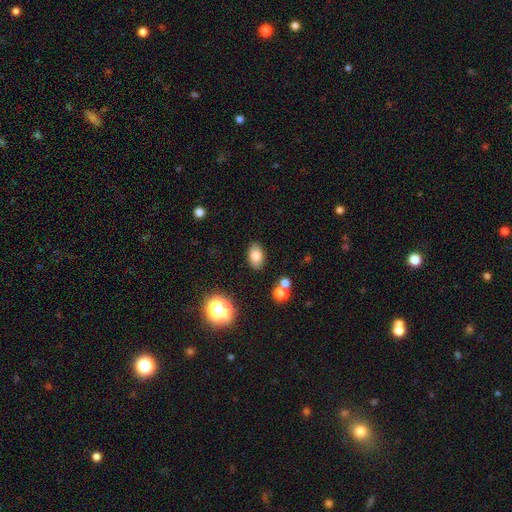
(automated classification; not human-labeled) Q: Smooth or featured?
A: smooth (80%); runner-up: star or artifact (10%)
Q: How rounded?
A: in between (88%); runner-up: round (10%)
Q: Merging?
A: none (86%); runner-up: minor disturbance (9%)